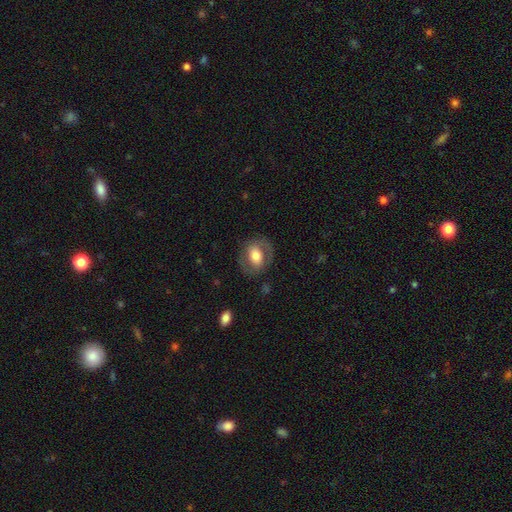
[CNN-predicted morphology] smooth 50%, featured or disk 43%, star or artifact 7%. Down the decision tree: how rounded — in between (60%); merging — none (77%).